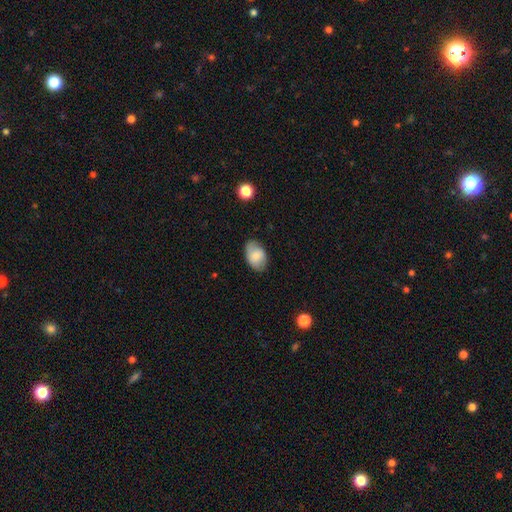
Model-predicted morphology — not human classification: type=smooth (78%); roundness=in between (88%); merging=none (75%).